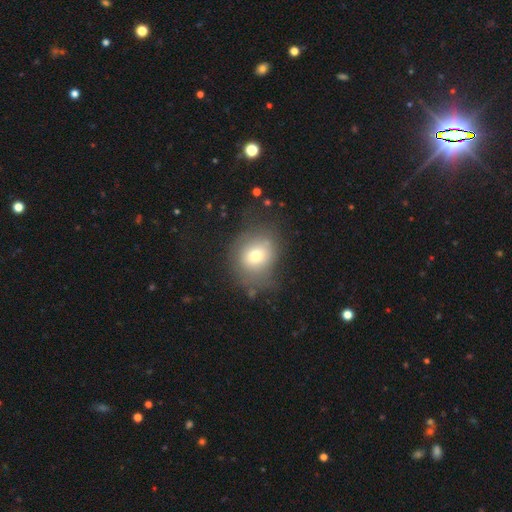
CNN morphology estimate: type=smooth (70%); roundness=round (66%); merging=none (61%).